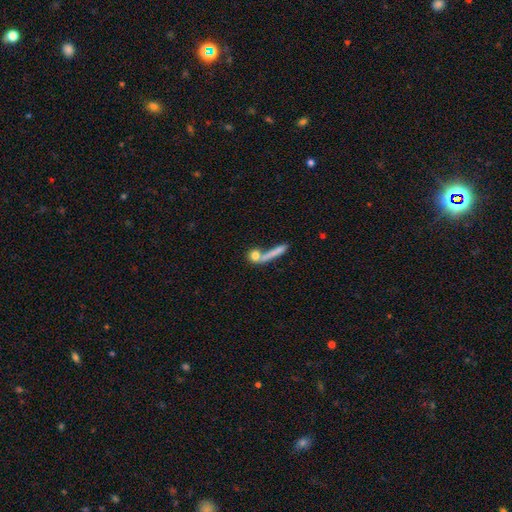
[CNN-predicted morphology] Smooth or featured: smooth — 71% (featured or disk — 19%)
How rounded: round — 53% (cigar-shaped — 29%)
Merging: none — 48% (merger — 30%)